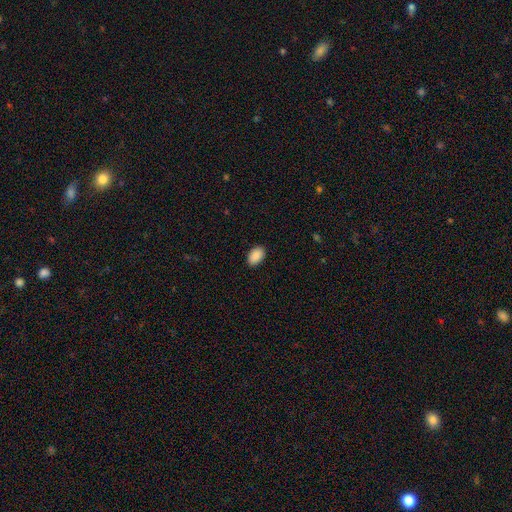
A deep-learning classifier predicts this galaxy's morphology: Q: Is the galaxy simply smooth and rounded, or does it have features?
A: smooth — 90%.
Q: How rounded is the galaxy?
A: in between — 91%.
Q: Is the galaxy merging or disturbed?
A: none — 89%.